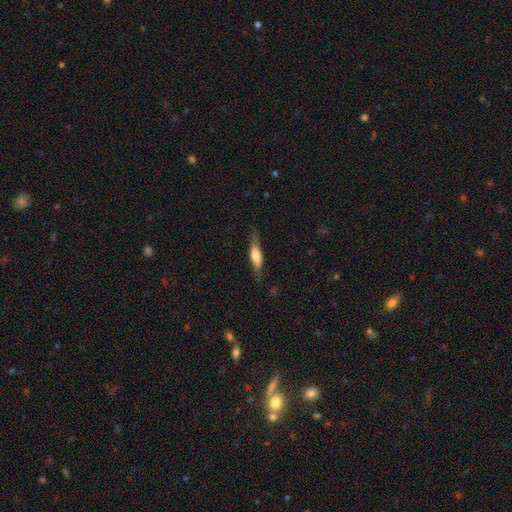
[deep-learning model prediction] A smooth galaxy with no disk features (55%) that is cigar-shaped (74%).

Vote fractions:
- Smooth or featured? smooth: 55% / featured or disk: 39% / star or artifact: 6%
- How rounded? cigar-shaped: 74% / in between: 24% / round: 2%
- Merging? none: 74% / minor disturbance: 19% / major disturbance: 5% / merger: 1%